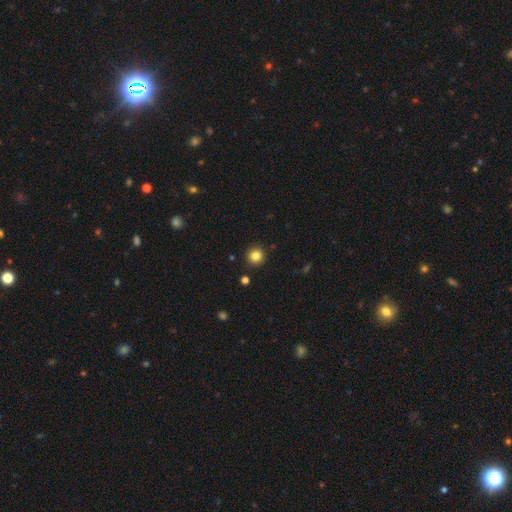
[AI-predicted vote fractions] Smooth or featured? Predicted: smooth (p=0.83). How rounded? Predicted: round (p=0.95). Merging? Predicted: none (p=0.92).